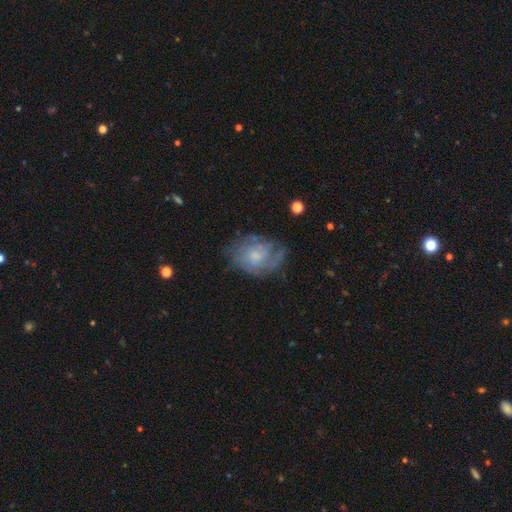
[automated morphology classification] A featured or disk galaxy (57%) with no bar (76%), spiral arms (70%) and a small central bulge (44%).

Vote fractions:
- Smooth or featured? featured or disk: 57% / smooth: 35% / star or artifact: 8%
- Edge-on disk? no: 97% / yes: 3%
- Bar? no: 76% / weak: 21% / strong: 2%
- Spiral arms? yes: 70% / no: 30%
- Bulge size? small: 44% / moderate: 34% / none: 16% / large: 4% / dominant: 1%
- Merging? none: 58% / minor disturbance: 25% / major disturbance: 15% / merger: 2%